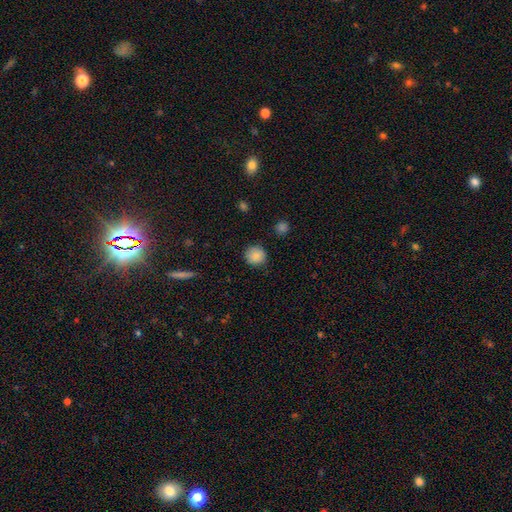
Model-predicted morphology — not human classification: Smooth or featured? Predicted: smooth (p=0.85). How rounded? Predicted: round (p=0.93). Merging? Predicted: none (p=0.87).